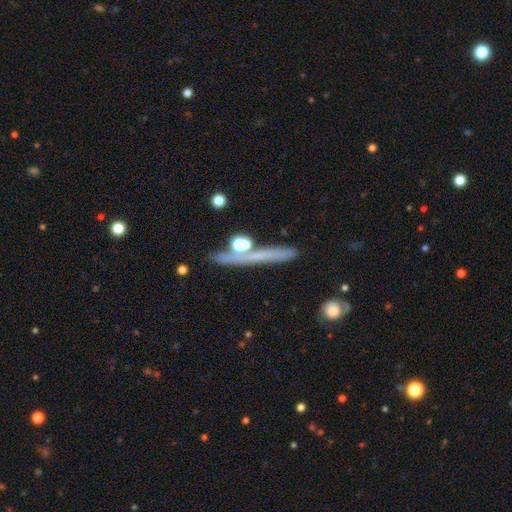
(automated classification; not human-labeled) Smooth or featured? Predicted: featured or disk (p=0.55). Edge-on disk? Predicted: yes (p=0.85). Merging? Predicted: none (p=0.68).